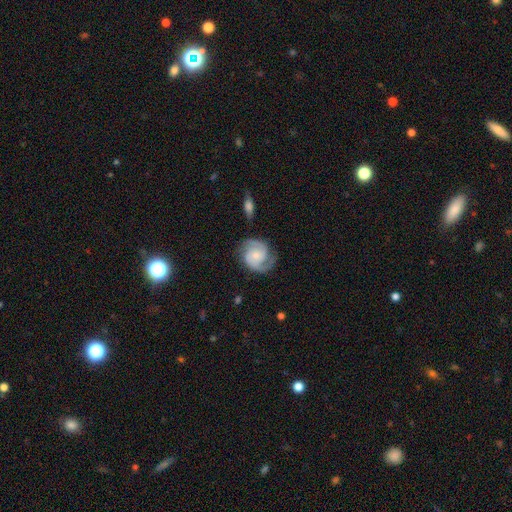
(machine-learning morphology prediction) featured or disk 85%, smooth 10%, star or artifact 5%. Down the decision tree: edge-on disk — no (98%); bar — no (62%); spiral arms — yes (97%); spiral arm count — 2 (89%); spiral winding — medium (45%); bulge size — small (58%); merging — none (77%).